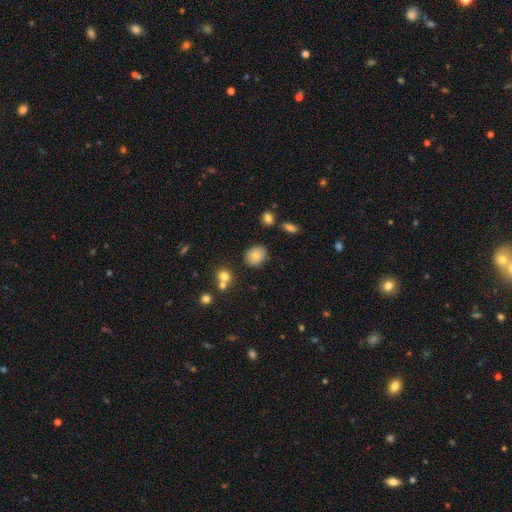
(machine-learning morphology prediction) This appears to be a smooth galaxy with no disk features (78%) that is round (53%). Merging: none (80%).